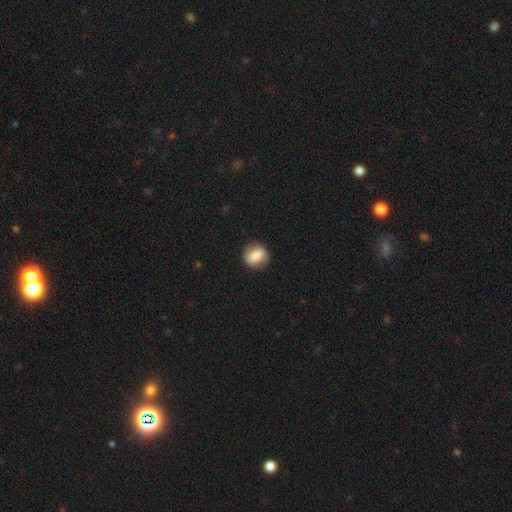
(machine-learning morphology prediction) This is likely a smooth galaxy (62%). How rounded: likely round (66%). Merging: clearly none (84%).